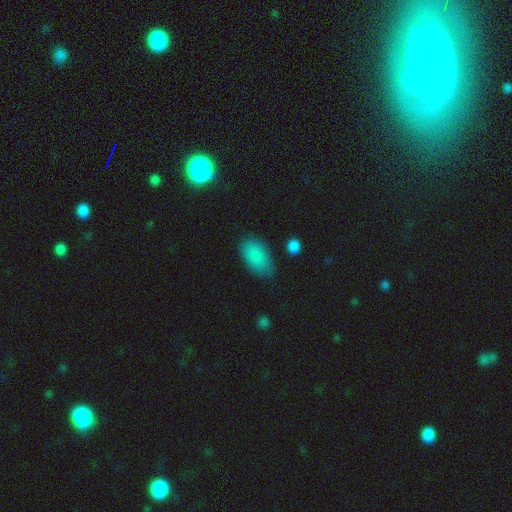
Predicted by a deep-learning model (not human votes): This appears to be a smooth galaxy with no disk features (87%) that is in between round and cigar-shaped (93%). Merging: none (77%).